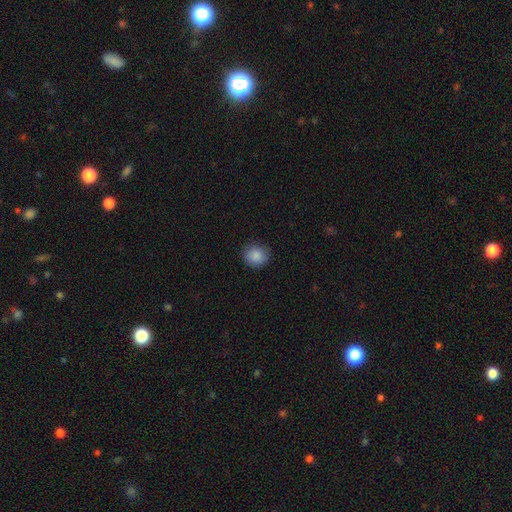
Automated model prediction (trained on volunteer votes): Smooth or featured?
  - smooth: 87% *
  - star or artifact: 8%
  - featured or disk: 4%
How rounded?
  - round: 83% *
  - in between: 16%
  - cigar-shaped: 1%
Merging?
  - none: 86% *
  - minor disturbance: 11%
  - major disturbance: 3%
  - merger: 1%